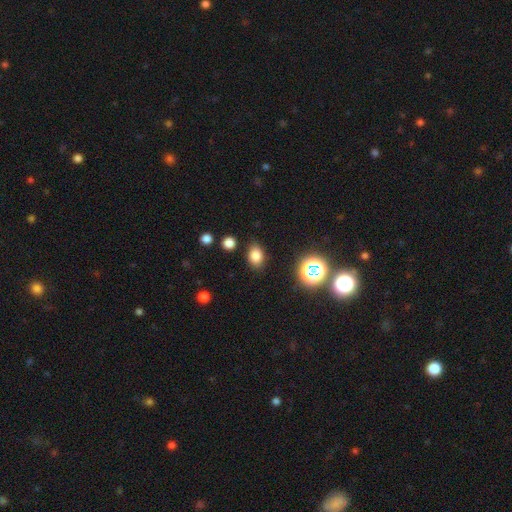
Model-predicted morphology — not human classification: A smooth galaxy with no disk features (79%) that is in between round and cigar-shaped (75%). Merging: none (84%).